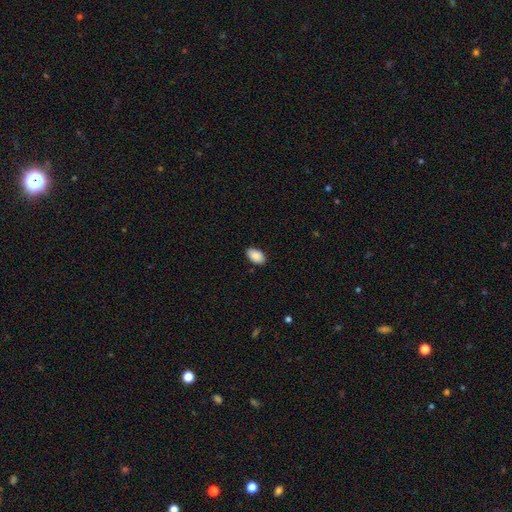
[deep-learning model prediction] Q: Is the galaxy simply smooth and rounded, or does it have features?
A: smooth — 90%.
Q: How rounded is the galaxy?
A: in between — 94%.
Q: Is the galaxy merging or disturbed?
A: none — 87%.